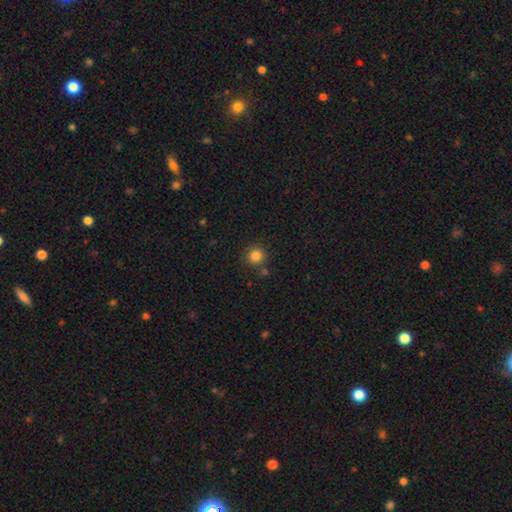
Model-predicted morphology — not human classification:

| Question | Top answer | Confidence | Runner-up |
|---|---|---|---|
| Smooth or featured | smooth | 83% | star or artifact (12%) |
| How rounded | round | 92% | in between (7%) |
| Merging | none | 81% | minor disturbance (9%) |